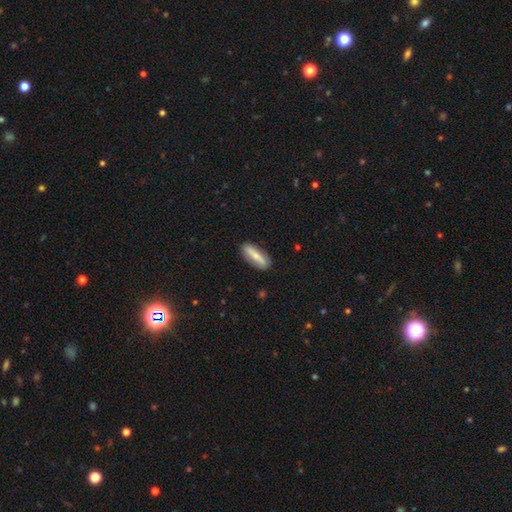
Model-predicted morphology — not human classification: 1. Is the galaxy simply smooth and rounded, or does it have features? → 64% smooth, 30% featured or disk, 6% star or artifact.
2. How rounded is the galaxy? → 52% cigar-shaped, 46% in between, 3% round.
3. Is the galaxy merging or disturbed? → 86% none, 10% minor disturbance, 2% major disturbance, 1% merger.